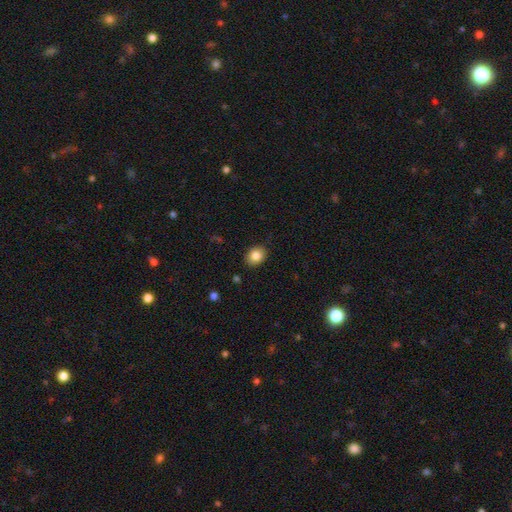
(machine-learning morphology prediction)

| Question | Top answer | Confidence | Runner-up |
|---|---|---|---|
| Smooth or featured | smooth | 84% | star or artifact (9%) |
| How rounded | in between | 56% | round (43%) |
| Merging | none | 87% | minor disturbance (10%) |